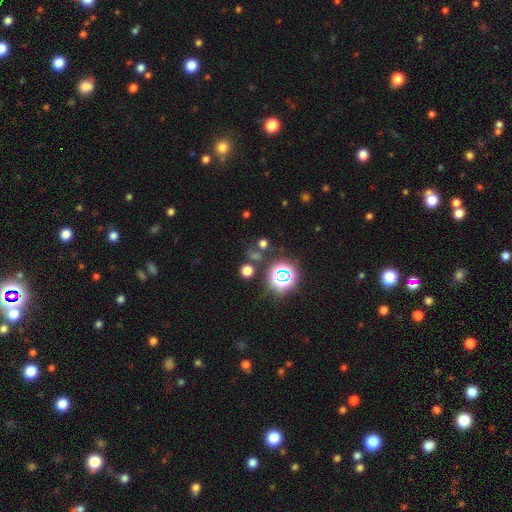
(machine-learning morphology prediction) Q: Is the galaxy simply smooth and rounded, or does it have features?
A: star or artifact — 64%.